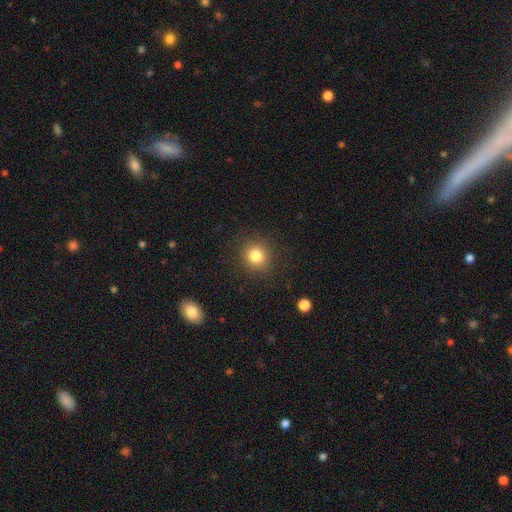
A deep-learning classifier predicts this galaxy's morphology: Smooth or featured? smooth (82%)
How rounded? round (88%)
Merging? none (90%)